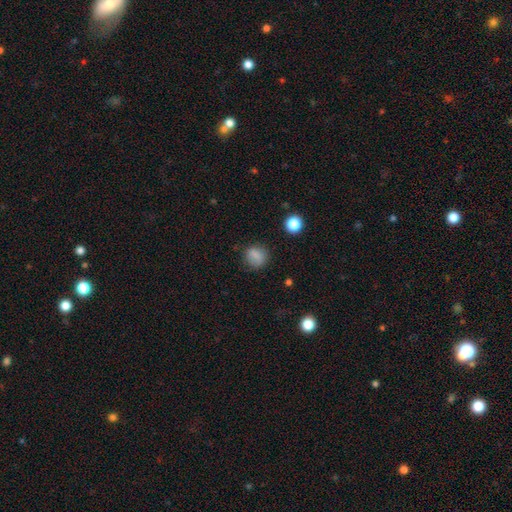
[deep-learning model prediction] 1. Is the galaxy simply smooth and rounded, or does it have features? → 82% smooth, 12% star or artifact, 6% featured or disk.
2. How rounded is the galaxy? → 78% round, 20% in between, 1% cigar-shaped.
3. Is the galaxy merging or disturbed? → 80% none, 14% minor disturbance, 4% major disturbance, 2% merger.